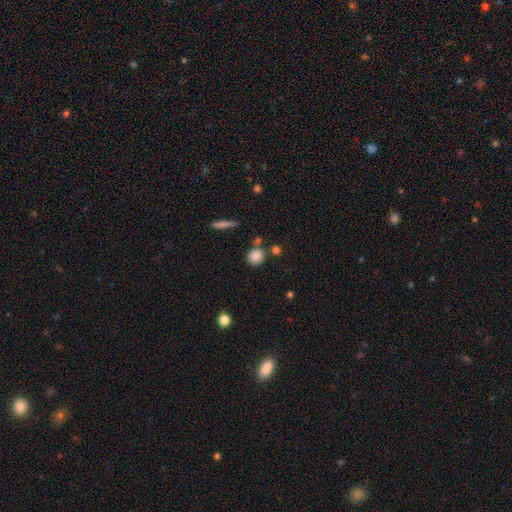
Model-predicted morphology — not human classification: Smooth or featured? smooth (84%)
How rounded? round (80%)
Merging? none (72%)